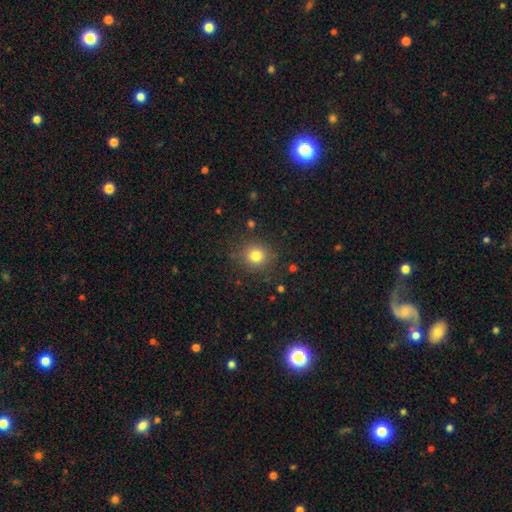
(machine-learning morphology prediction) Smooth or featured: smooth — 80% (star or artifact — 13%)
How rounded: round — 89% (in between — 10%)
Merging: none — 86% (minor disturbance — 9%)